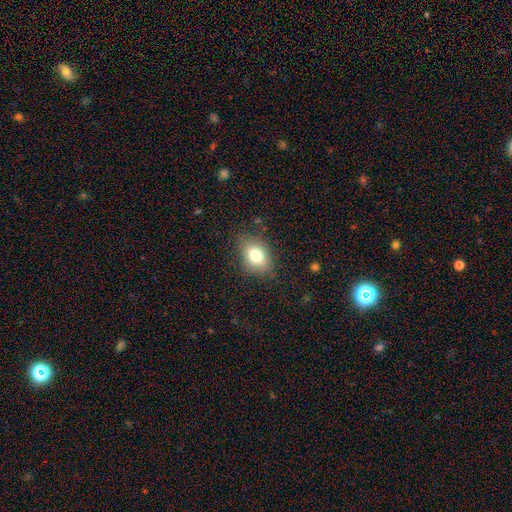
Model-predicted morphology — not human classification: A smooth galaxy with no disk features (76%) that is in between round and cigar-shaped (76%).

Vote fractions:
- Smooth or featured? smooth: 76% / featured or disk: 14% / star or artifact: 10%
- How rounded? in between: 76% / round: 22% / cigar-shaped: 2%
- Merging? none: 79% / minor disturbance: 15% / major disturbance: 4% / merger: 1%